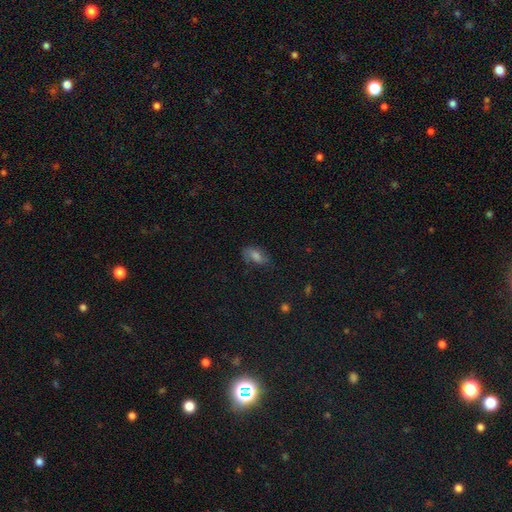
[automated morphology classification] Smooth or featured? smooth (56%)
How rounded? in between (85%)
Merging? none (65%)